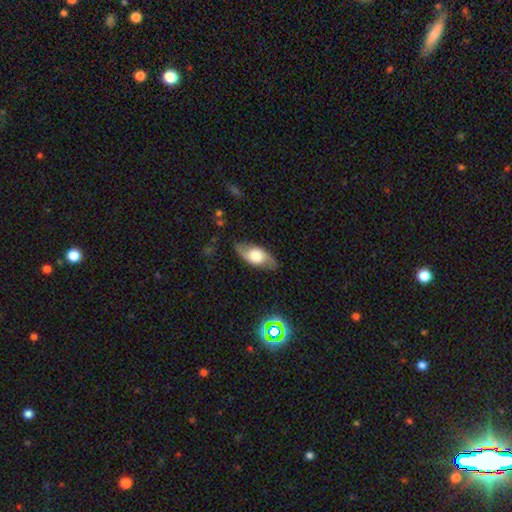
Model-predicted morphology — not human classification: smooth 51%, featured or disk 42%, star or artifact 7%. Down the decision tree: how rounded — in between (84%); merging — none (78%).